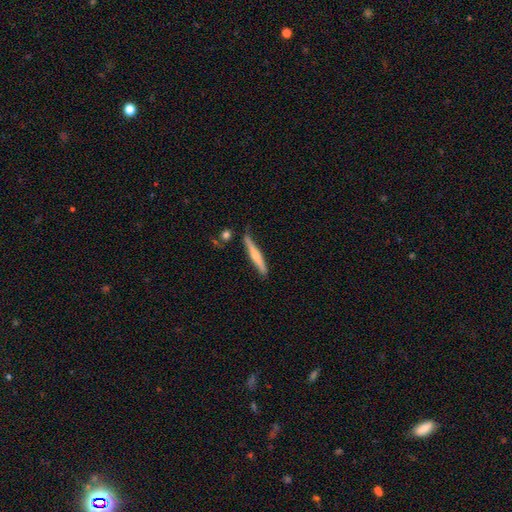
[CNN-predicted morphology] smooth-or-featured: smooth: 48% | featured or disk: 47% | star or artifact: 5%
  merging: none: 80% | minor disturbance: 14% | merger: 3% | major disturbance: 3%